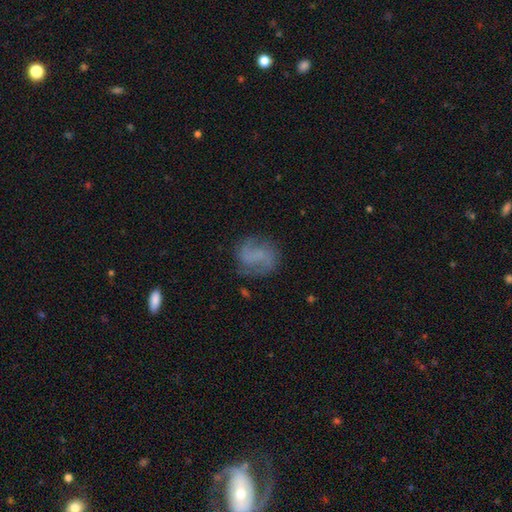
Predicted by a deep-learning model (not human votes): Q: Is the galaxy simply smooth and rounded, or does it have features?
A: featured or disk — 62%.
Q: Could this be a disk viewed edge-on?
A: no — 97%.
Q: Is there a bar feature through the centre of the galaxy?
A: no — 48%.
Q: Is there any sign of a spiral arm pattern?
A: yes — 87%.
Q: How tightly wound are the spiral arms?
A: loose — 42%.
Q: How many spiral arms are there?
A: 2 — 83%.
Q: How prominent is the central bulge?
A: none — 65%.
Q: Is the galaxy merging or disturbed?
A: none — 71%.